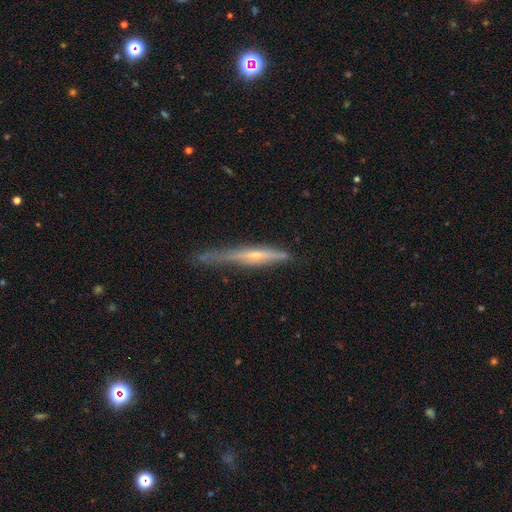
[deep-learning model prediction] A featured or disk galaxy (64%) viewed edge-on (94%) with a rounded central bulge (63%).

Vote fractions:
- Smooth or featured? featured or disk: 64% / smooth: 29% / star or artifact: 6%
- Edge-on disk? yes: 94% / no: 6%
- Edge-on bulge? rounded: 63% / none: 29% / boxy: 8%
- Merging? none: 61% / minor disturbance: 29% / major disturbance: 8% / merger: 3%